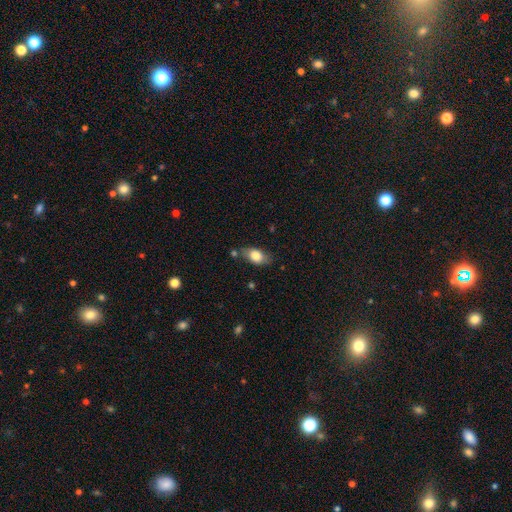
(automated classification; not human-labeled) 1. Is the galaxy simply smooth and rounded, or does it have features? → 79% smooth, 14% featured or disk, 7% star or artifact.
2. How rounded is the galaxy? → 86% in between, 10% round, 4% cigar-shaped.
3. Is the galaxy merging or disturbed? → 67% none, 21% minor disturbance, 7% merger, 5% major disturbance.